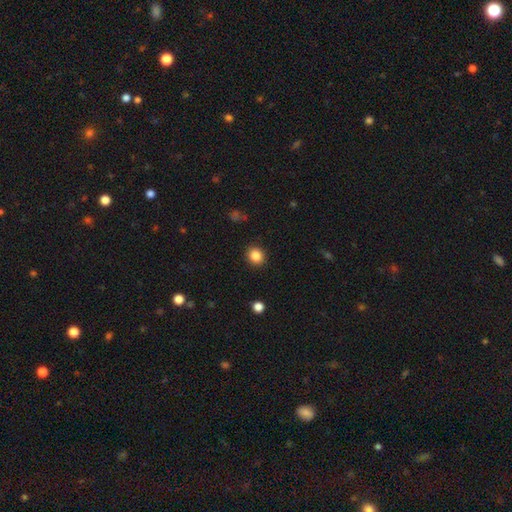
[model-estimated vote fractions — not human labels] This is clearly a smooth galaxy (86%). How rounded: likely round (78%). Merging: clearly none (90%).